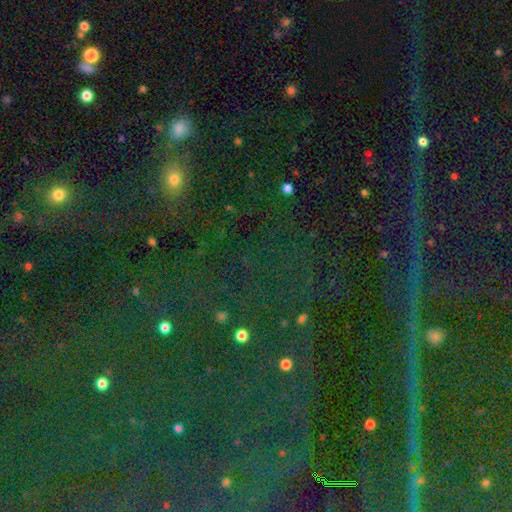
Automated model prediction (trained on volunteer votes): Morphology: type=star or artifact (65%).